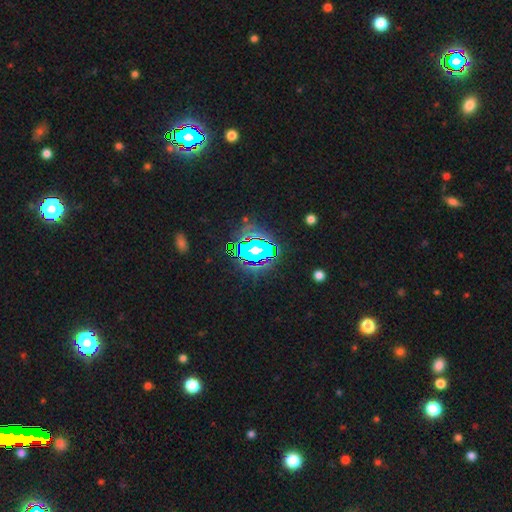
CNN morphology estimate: smooth_or_featured: star or artifact (p=0.78) [alt: smooth p=0.12]